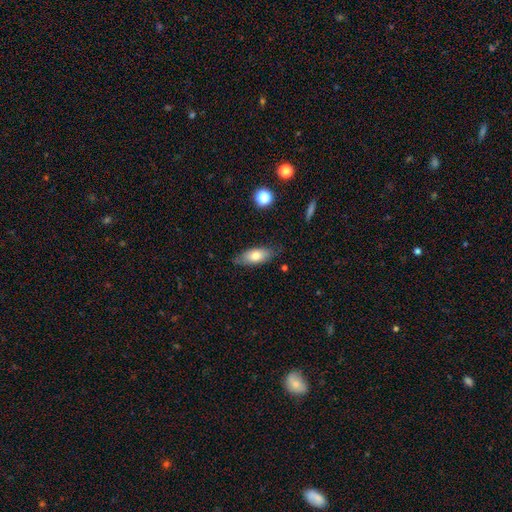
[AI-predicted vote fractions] Smooth or featured? Predicted: smooth (p=0.70). How rounded? Predicted: in between (p=0.82). Merging? Predicted: none (p=0.77).